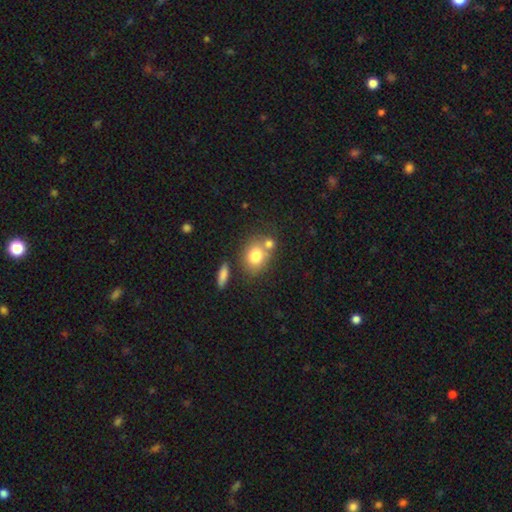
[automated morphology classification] Q: Smooth or featured?
A: smooth (77%); runner-up: featured or disk (13%)
Q: How rounded?
A: round (52%); runner-up: in between (47%)
Q: Merging?
A: none (51%); runner-up: merger (33%)